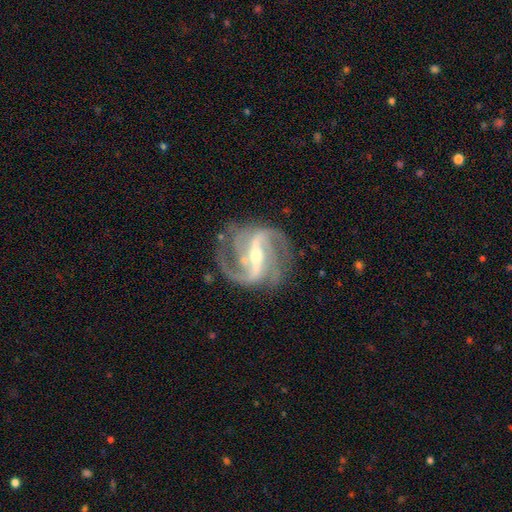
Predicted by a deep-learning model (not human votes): Smooth or featured?
  - featured or disk: 92% *
  - star or artifact: 5%
  - smooth: 3%
Edge-on disk?
  - no: 97% *
  - yes: 3%
Bar?
  - strong: 72% *
  - weak: 22%
  - no: 6%
Spiral arms?
  - yes: 98% *
  - no: 2%
Spiral winding?
  - medium: 55% *
  - tight: 23%
  - loose: 22%
Spiral arm count?
  - 3: 38% * (tied)
  - 2: 38% * (tied)
  - 4: 10%
  - can't tell: 6%
  - 1: 4%
  - more than 4: 4%
Bulge size?
  - moderate: 50% *
  - small: 45%
  - large: 3%
  - none: 2%
  - dominant: 1%
Merging?
  - none: 74% *
  - minor disturbance: 15%
  - major disturbance: 10%
  - merger: 2%